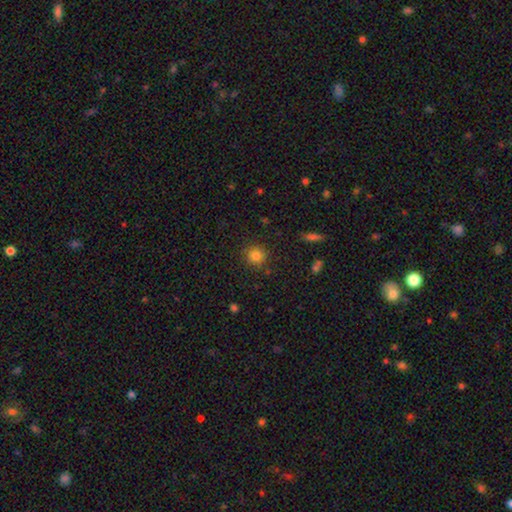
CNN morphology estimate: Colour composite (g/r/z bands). It shows a smooth galaxy with no disk features (83%) that is round (91%). Merging: none (86%).